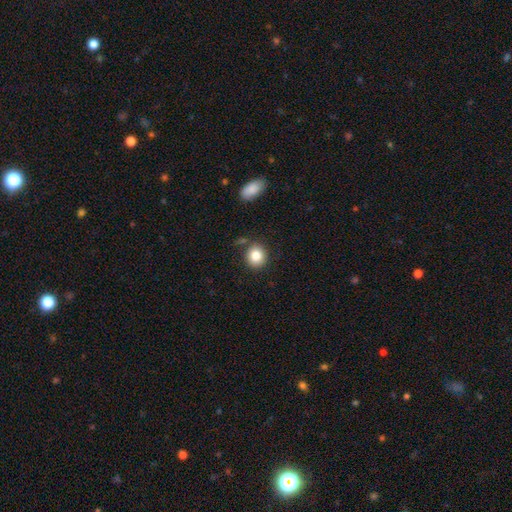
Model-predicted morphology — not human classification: A smooth galaxy with no disk features (84%) that is round (78%). Merging: none (81%).